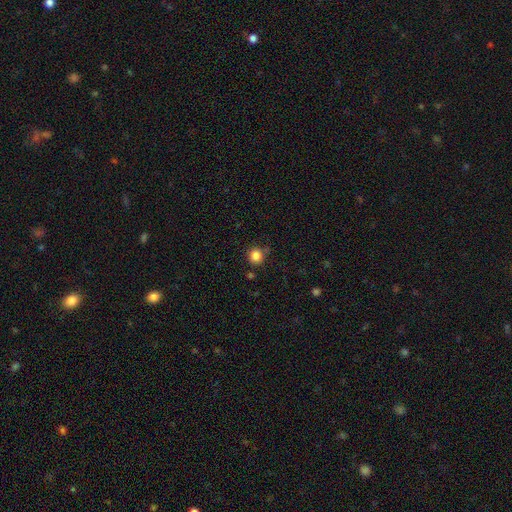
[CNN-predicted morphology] This is clearly a smooth galaxy (84%). How rounded: clearly round (92%). Merging: clearly none (83%).